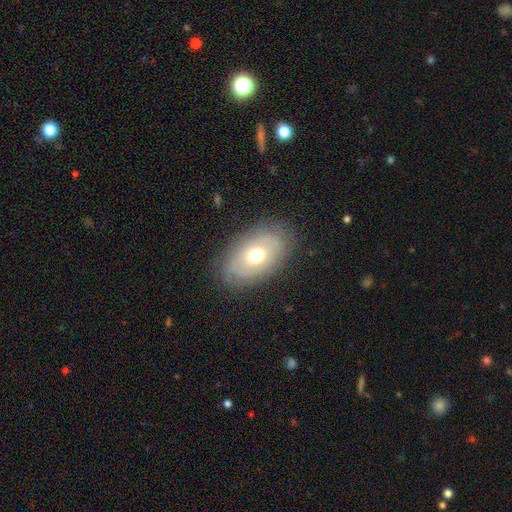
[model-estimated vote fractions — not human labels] Morphology: type=featured or disk (55%); edge-on=no (90%); merging=none (82%).